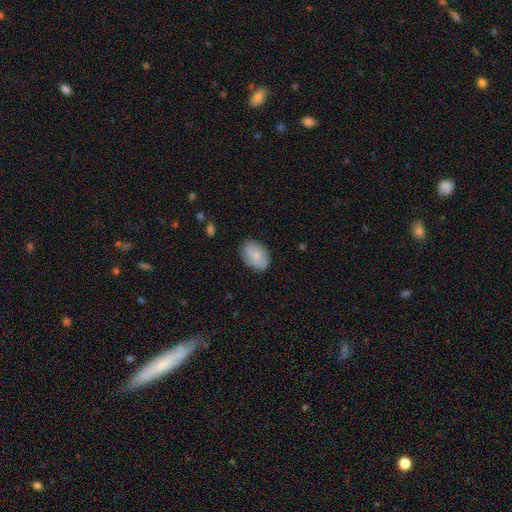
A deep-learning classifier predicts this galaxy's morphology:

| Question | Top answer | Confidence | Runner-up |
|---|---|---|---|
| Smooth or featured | smooth | 67% | featured or disk (26%) |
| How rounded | in between | 79% | round (19%) |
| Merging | none | 75% | minor disturbance (19%) |